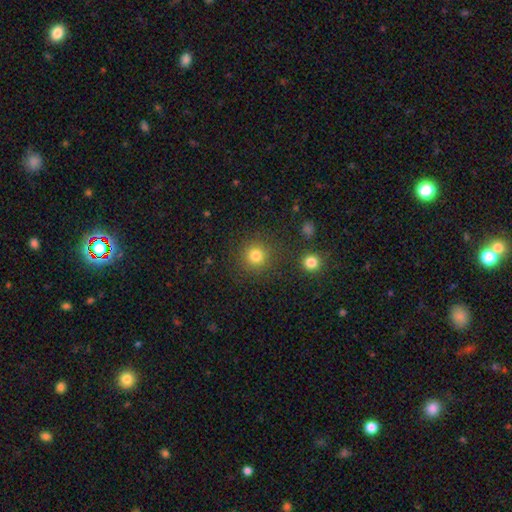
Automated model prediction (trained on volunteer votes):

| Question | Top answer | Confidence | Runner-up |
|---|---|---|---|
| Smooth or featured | smooth | 80% | star or artifact (14%) |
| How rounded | round | 94% | in between (6%) |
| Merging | none | 86% | minor disturbance (7%) |